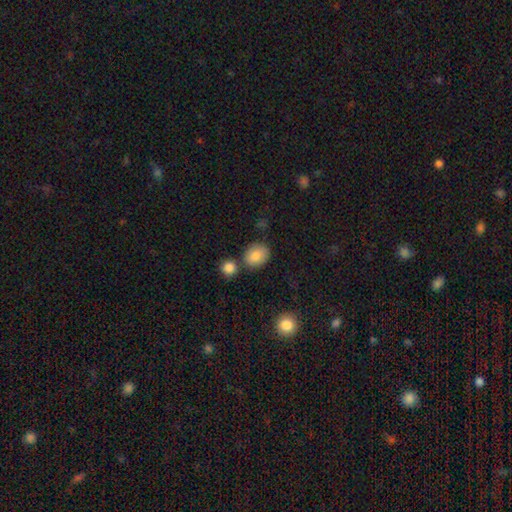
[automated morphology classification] Smooth or featured? Predicted: smooth (p=0.83). How rounded? Predicted: in between (p=0.50). Merging? Predicted: none (p=0.68).